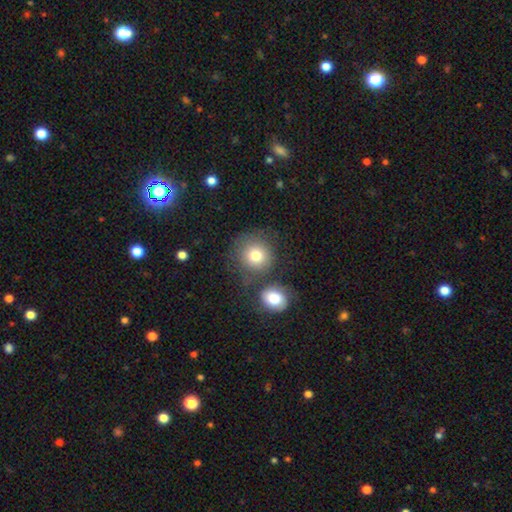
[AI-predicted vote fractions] A smooth galaxy with no disk features (78%) that is round (88%). Merging: none (63%).